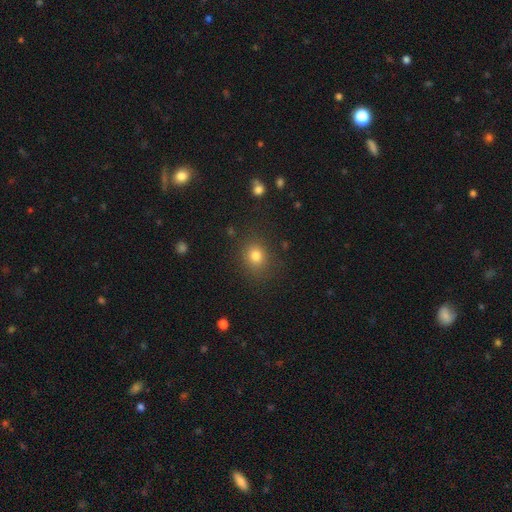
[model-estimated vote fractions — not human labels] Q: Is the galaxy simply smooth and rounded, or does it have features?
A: smooth — 80%.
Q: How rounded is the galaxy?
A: round — 72%.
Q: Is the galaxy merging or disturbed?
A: none — 84%.